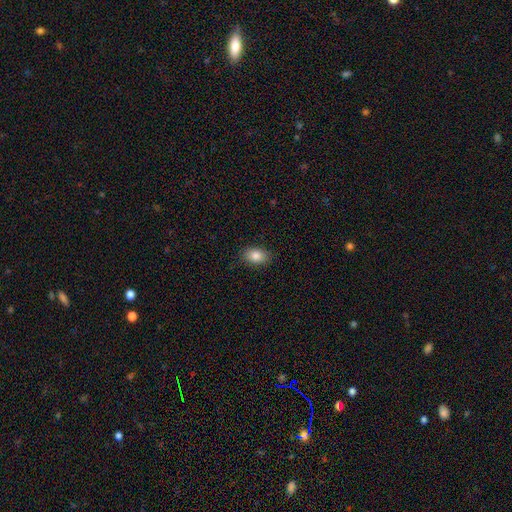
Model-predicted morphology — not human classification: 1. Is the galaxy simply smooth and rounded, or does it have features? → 85% smooth, 8% star or artifact, 7% featured or disk.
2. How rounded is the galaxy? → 88% in between, 11% round, 2% cigar-shaped.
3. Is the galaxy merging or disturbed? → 88% none, 9% minor disturbance, 2% major disturbance, 1% merger.